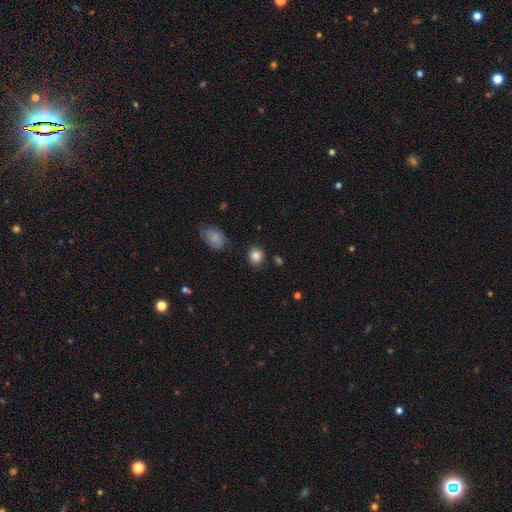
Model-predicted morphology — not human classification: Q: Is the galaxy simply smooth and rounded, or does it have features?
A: smooth — 86%.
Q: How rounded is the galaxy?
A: round — 73%.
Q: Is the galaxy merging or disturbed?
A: none — 84%.